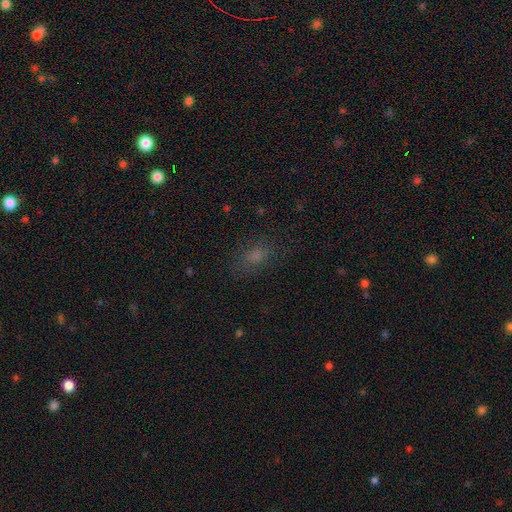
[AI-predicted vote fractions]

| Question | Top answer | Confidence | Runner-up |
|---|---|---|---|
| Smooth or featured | smooth | 66% | star or artifact (22%) |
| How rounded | in between | 77% | round (18%) |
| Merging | none | 74% | minor disturbance (16%) |